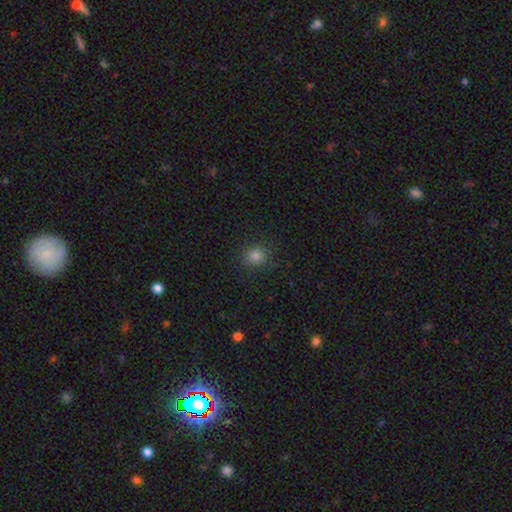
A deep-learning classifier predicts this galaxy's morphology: Smooth or featured? Predicted: smooth (p=0.81). How rounded? Predicted: round (p=0.87). Merging? Predicted: none (p=0.89).